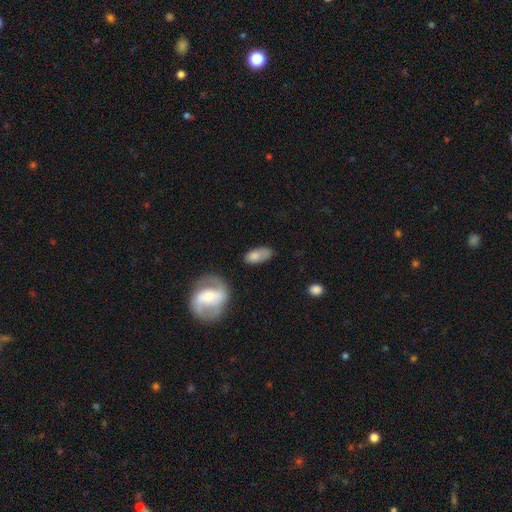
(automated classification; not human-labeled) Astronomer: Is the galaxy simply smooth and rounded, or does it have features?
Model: smooth — 73%.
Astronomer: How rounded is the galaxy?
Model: in between — 89%.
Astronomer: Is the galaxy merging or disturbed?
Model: none — 67%.